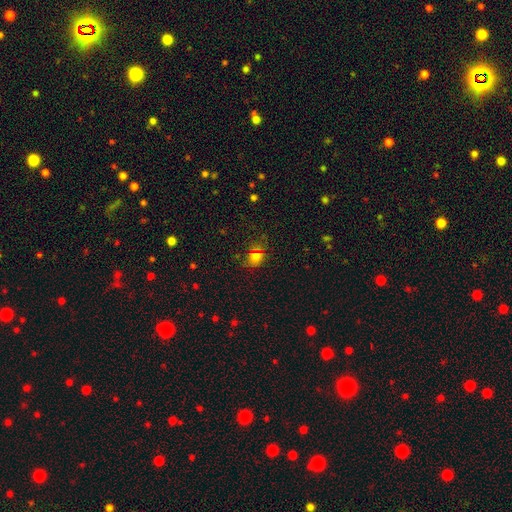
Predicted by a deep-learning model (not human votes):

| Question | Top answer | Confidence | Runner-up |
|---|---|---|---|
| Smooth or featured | smooth | 69% | star or artifact (23%) |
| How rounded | round | 52% | in between (47%) |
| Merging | none | 71% | minor disturbance (18%) |